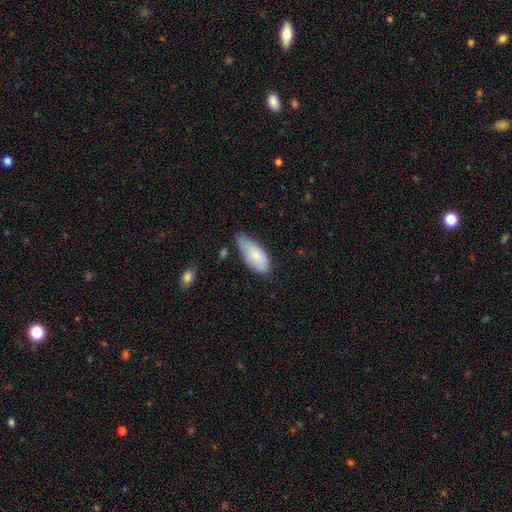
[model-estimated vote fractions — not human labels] Smooth or featured? Predicted: smooth (p=0.79). How rounded? Predicted: in between (p=0.87). Merging? Predicted: none (p=0.51).